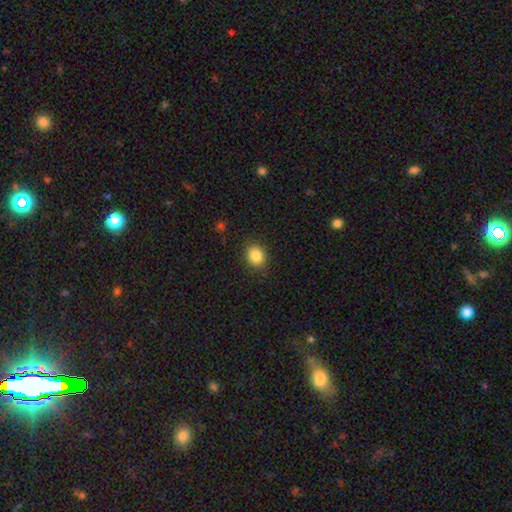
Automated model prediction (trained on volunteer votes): smooth_or_featured: smooth (p=0.86) [alt: star or artifact p=0.10]
how_rounded: round (p=0.62) [alt: in between p=0.37]
merging: none (p=0.87) [alt: minor disturbance p=0.09]